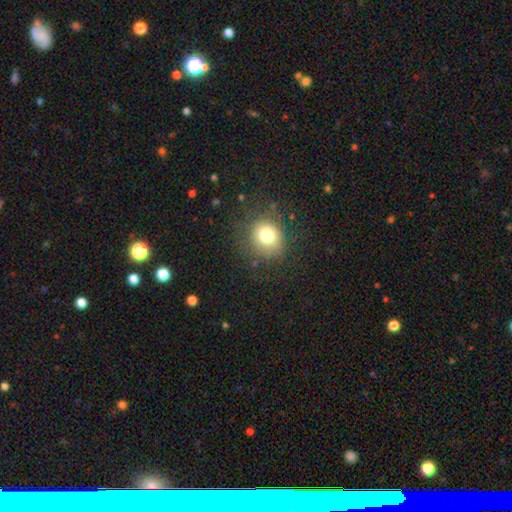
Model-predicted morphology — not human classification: Overall: smooth (71%). How rounded: round (87%). Merging: none (88%).